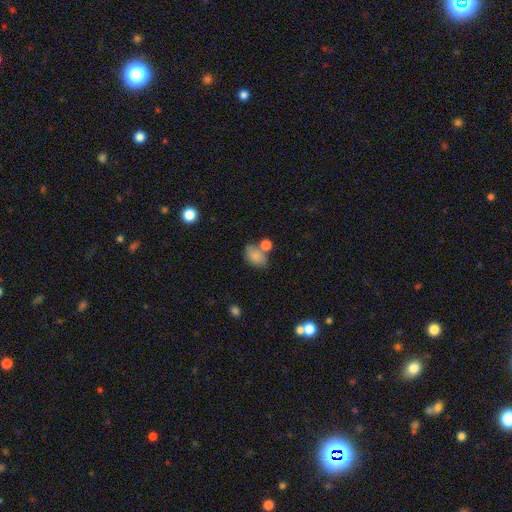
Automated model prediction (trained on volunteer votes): A smooth galaxy with no disk features (81%) that is in between round and cigar-shaped (78%).

Vote fractions:
- Smooth or featured? smooth: 81% / featured or disk: 10% / star or artifact: 9%
- How rounded? in between: 78% / round: 21% / cigar-shaped: 1%
- Merging? none: 48% / merger: 27% / minor disturbance: 18% / major disturbance: 7%